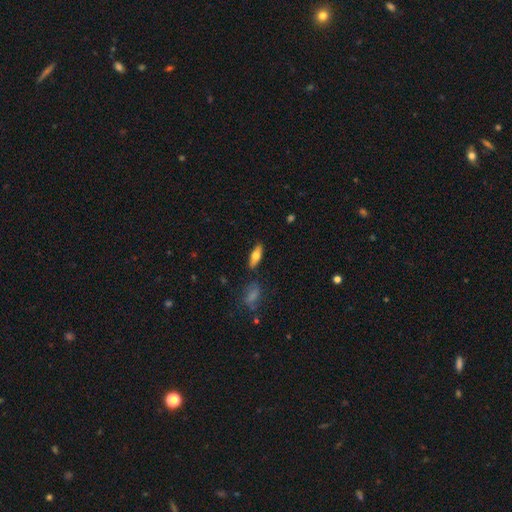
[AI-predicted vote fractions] Smooth or featured?
  - smooth: 62% *
  - featured or disk: 32%
  - star or artifact: 7%
How rounded?
  - in between: 67% *
  - cigar-shaped: 30%
  - round: 3%
Merging?
  - none: 84% *
  - minor disturbance: 11%
  - merger: 3%
  - major disturbance: 3%